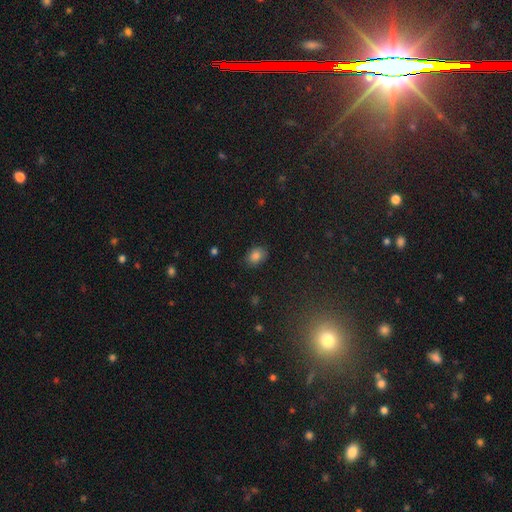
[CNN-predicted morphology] This is clearly a smooth galaxy (84%). How rounded: likely in between (64%). Merging: clearly none (82%).